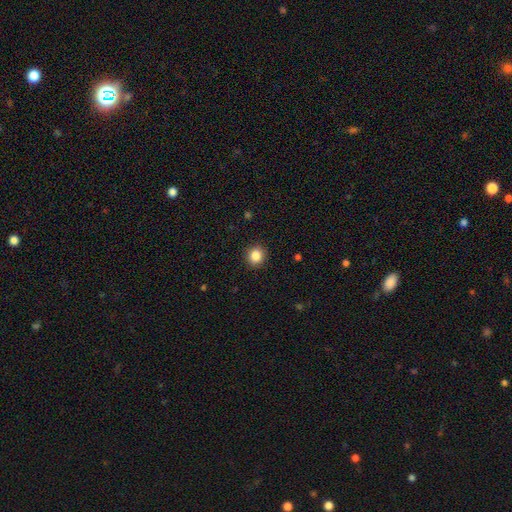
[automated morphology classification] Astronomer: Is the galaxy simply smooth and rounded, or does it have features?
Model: smooth — 85%.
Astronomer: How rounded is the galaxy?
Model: round — 87%.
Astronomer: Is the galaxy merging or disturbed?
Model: none — 91%.